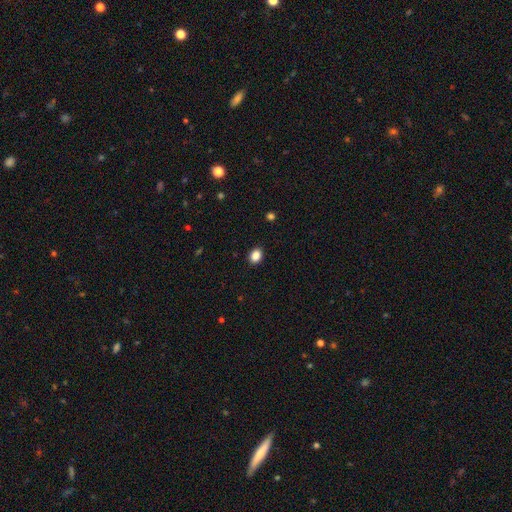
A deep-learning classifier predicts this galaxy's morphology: Smooth or featured? smooth (87%)
How rounded? in between (65%)
Merging? none (90%)